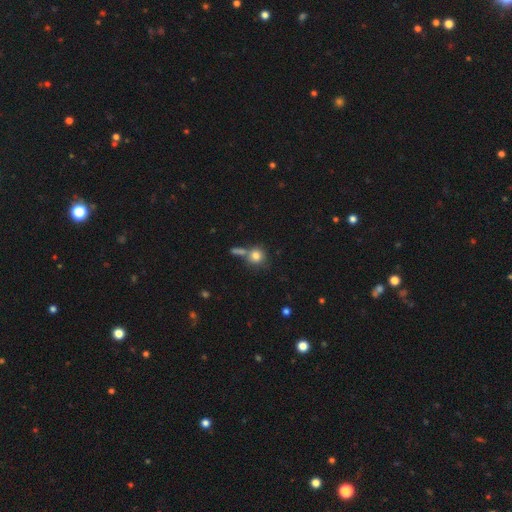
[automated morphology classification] Smooth or featured: smooth — 80% (star or artifact — 11%)
How rounded: round — 87% (in between — 12%)
Merging: none — 57% (merger — 26%)